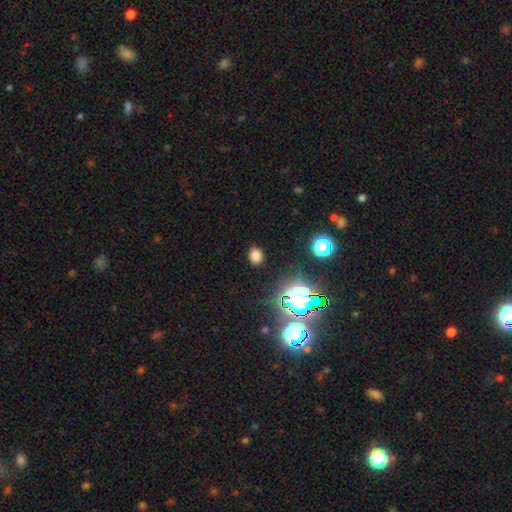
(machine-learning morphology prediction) A smooth galaxy with no disk features (73%) that is in between round and cigar-shaped (54%). Merging: none (86%).